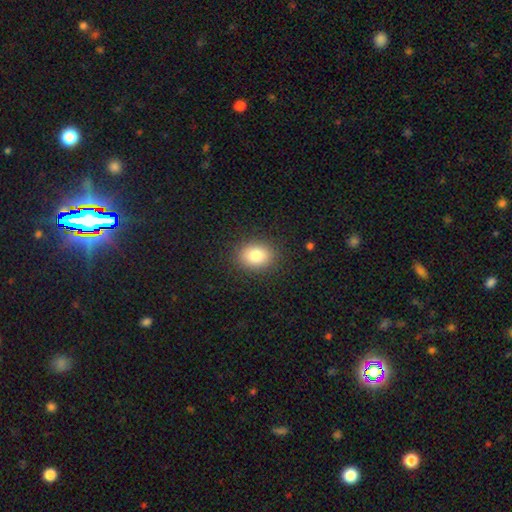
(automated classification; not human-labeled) The model was most divided on "how rounded": in between: 51%, round: 48%, cigar-shaped: 1%. More confident: merging — none (88%); smooth or featured — smooth (82%).